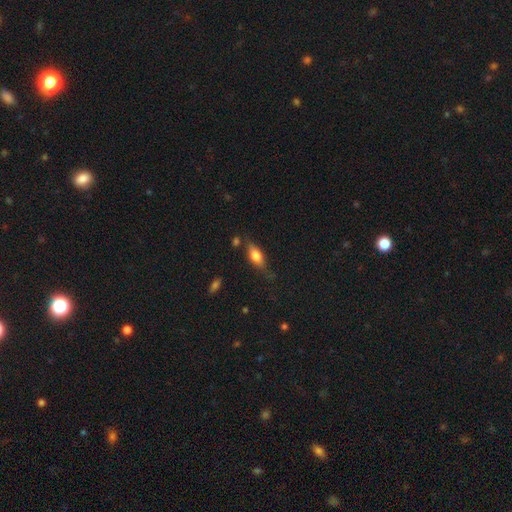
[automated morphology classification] type=smooth (68%); roundness=in between (73%); merging=none (66%).